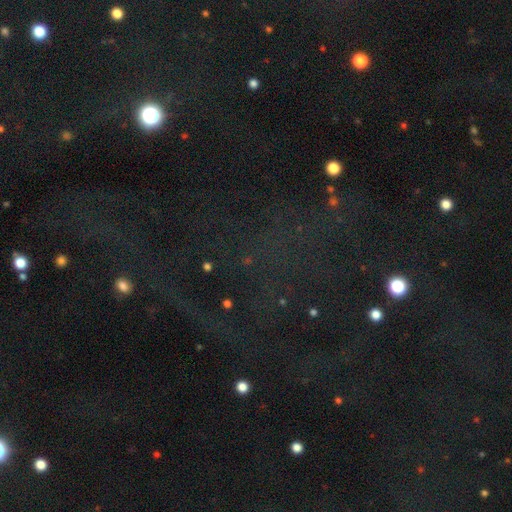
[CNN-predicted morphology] A star or artifact, not a galaxy (74%).